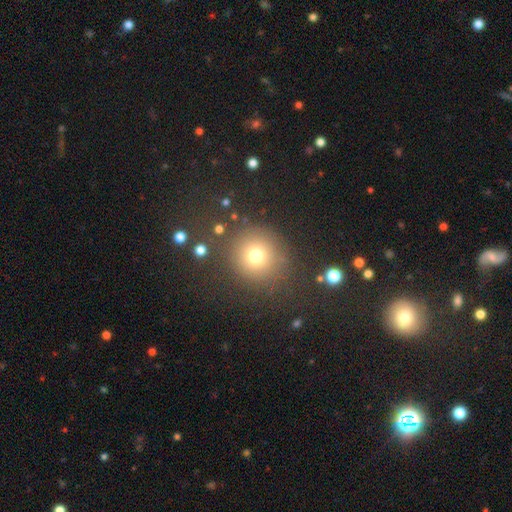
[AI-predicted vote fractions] This is likely a smooth galaxy (74%). How rounded: clearly round (90%). Merging: clearly none (83%).